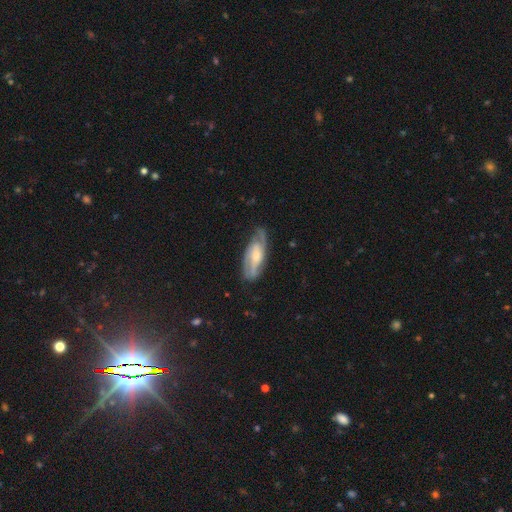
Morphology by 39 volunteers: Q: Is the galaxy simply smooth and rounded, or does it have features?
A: featured or disk — 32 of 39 (82%).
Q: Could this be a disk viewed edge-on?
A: no — 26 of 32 (81%).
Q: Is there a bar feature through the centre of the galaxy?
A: weak — 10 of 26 (38%).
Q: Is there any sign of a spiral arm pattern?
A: yes — 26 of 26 (100%).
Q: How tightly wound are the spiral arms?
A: medium — 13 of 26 (50%).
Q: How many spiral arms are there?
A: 3 — 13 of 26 (50%).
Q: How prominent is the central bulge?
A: moderate — 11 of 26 (42%, tied with small).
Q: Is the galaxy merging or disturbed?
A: none — 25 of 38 (66%).